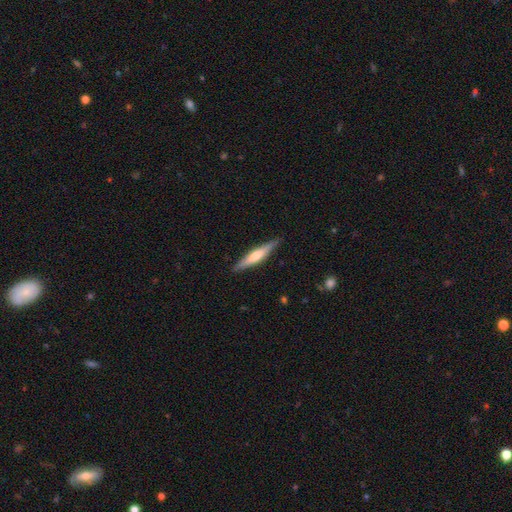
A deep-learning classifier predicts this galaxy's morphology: This appears to be a featured or disk galaxy (51%) viewed edge-on (95%). Merging: none (88%).